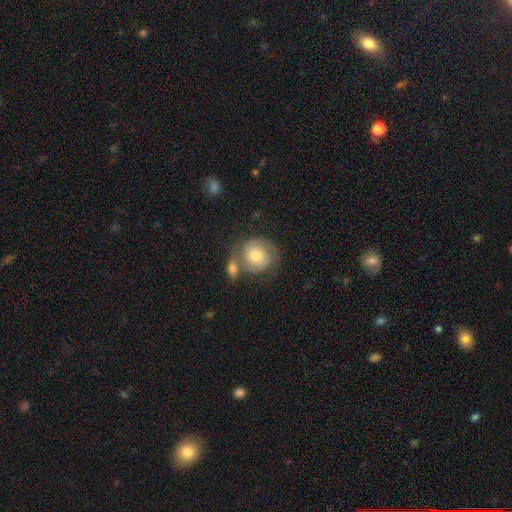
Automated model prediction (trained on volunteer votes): This is possibly a featured or disk galaxy (48%). Merging: possibly none (47%).